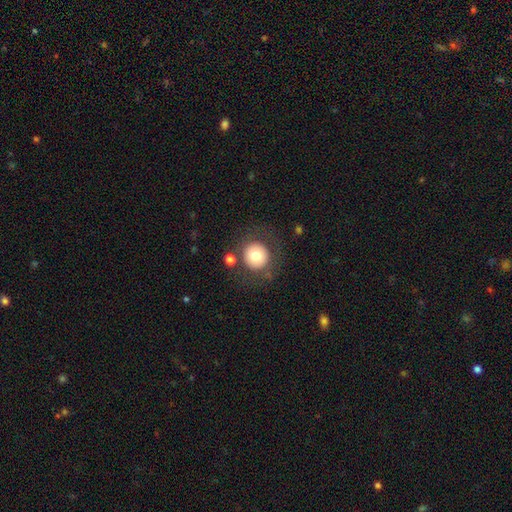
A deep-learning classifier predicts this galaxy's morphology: This appears to be a smooth galaxy with no disk features (77%) that is round (94%). Merging: none (78%).